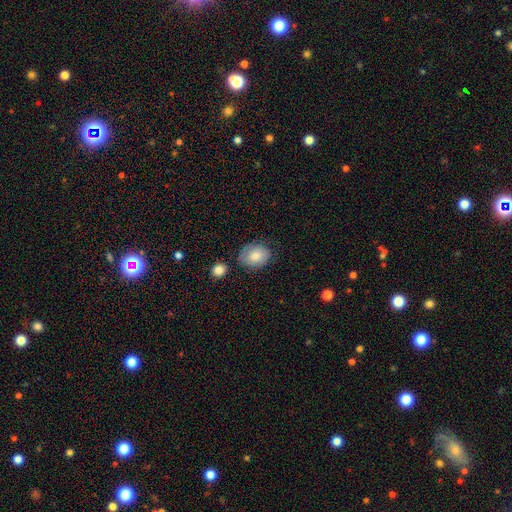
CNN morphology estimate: The model was most divided on "how rounded": in between: 61%, round: 38%, cigar-shaped: 1%. More confident: smooth or featured — smooth (72%); merging — none (67%).